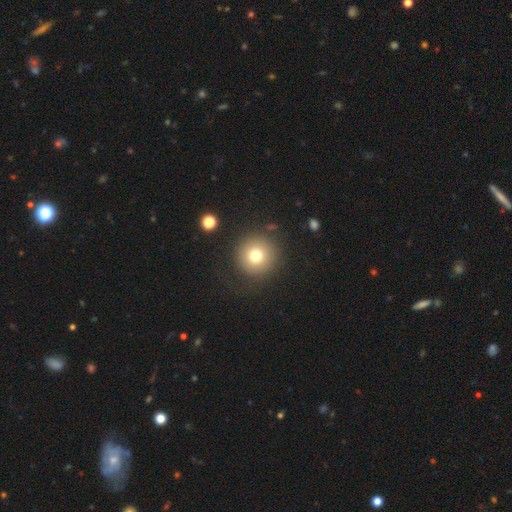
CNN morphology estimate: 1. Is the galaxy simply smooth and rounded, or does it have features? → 75% smooth, 13% star or artifact, 12% featured or disk.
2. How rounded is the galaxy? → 95% round, 4% in between, 1% cigar-shaped.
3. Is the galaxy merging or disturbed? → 85% none, 8% minor disturbance, 5% major disturbance, 2% merger.